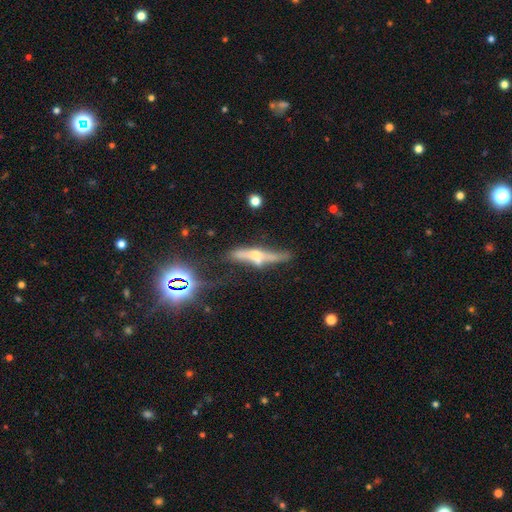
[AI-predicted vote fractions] This appears to be a featured or disk galaxy (64%) viewed edge-on (88%) with a rounded central bulge (83%). Merging: none (53%).